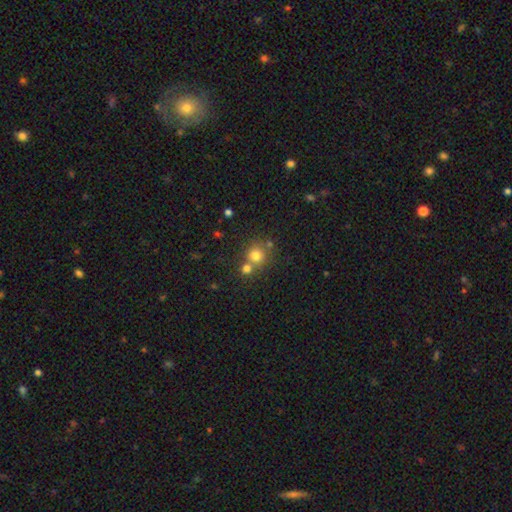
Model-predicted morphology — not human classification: Q: Smooth or featured?
A: smooth (75%); runner-up: star or artifact (15%)
Q: How rounded?
A: round (89%); runner-up: in between (10%)
Q: Merging?
A: none (57%); runner-up: merger (32%)